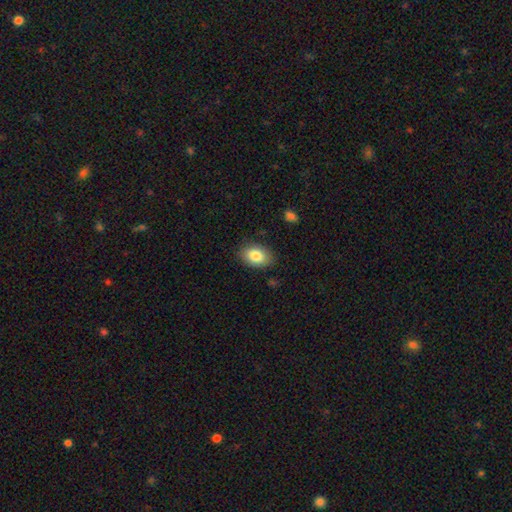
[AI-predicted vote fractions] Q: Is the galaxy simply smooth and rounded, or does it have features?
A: smooth — 84%.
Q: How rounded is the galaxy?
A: in between — 83%.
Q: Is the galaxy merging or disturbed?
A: none — 85%.